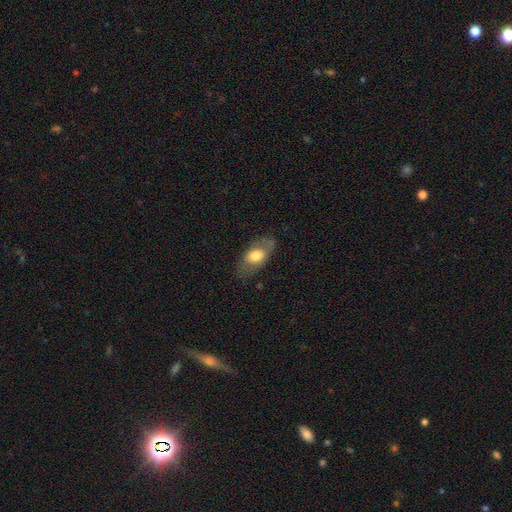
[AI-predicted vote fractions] Q: Smooth or featured?
A: smooth (59%); runner-up: featured or disk (34%)
Q: How rounded?
A: in between (89%); runner-up: round (7%)
Q: Merging?
A: none (72%); runner-up: minor disturbance (18%)